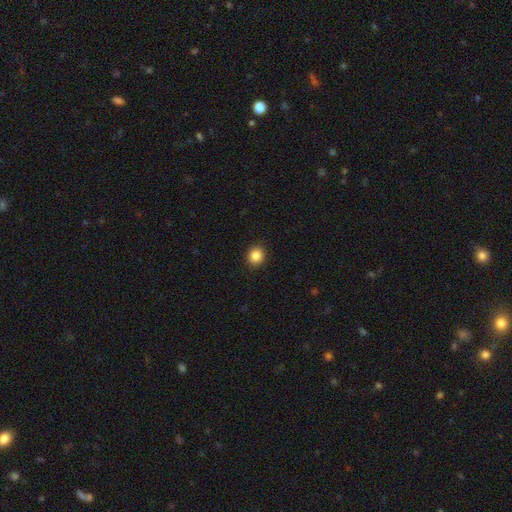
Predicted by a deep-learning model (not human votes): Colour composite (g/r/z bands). It shows a smooth galaxy with no disk features (85%) that is round (82%). Merging: none (92%).